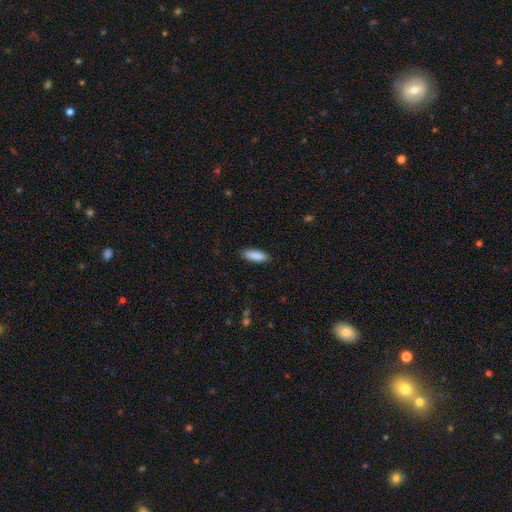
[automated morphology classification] This appears to be a smooth galaxy with no disk features (88%) that is in between round and cigar-shaped (58%). Merging: none (86%).